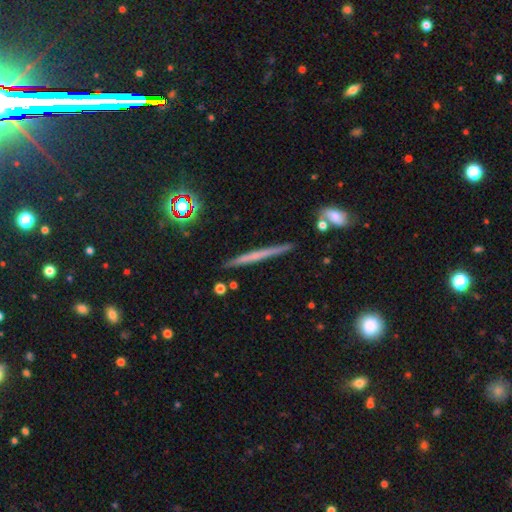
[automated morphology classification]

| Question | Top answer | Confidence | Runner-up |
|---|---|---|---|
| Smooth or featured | featured or disk | 50% | smooth (39%) |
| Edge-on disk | yes | 97% | no (3%) |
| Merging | none | 89% | minor disturbance (7%) |